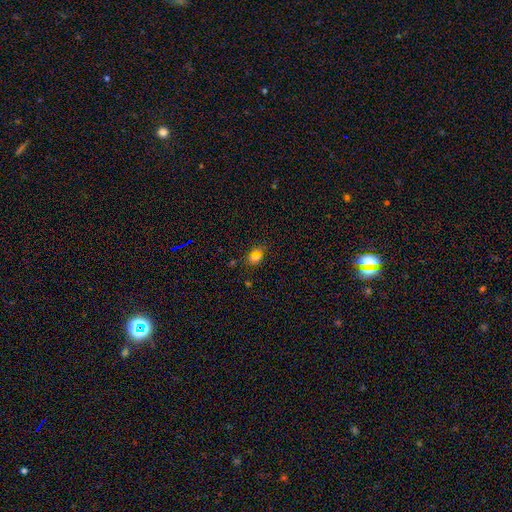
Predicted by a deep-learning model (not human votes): Smooth or featured? smooth (71%)
How rounded? in between (65%)
Merging? none (74%)